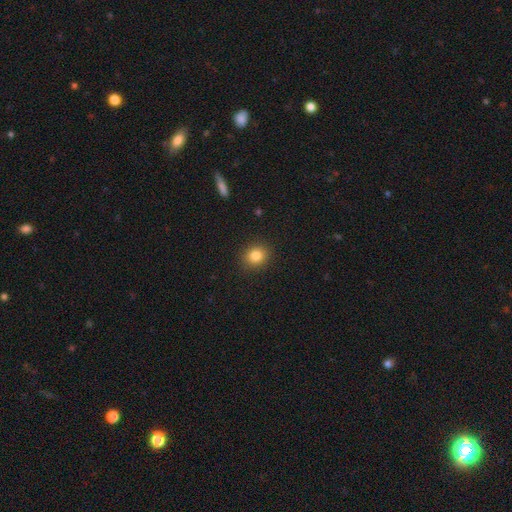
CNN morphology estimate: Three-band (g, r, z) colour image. It shows a smooth galaxy with no disk features (83%) that is round (73%). Merging: none (90%).